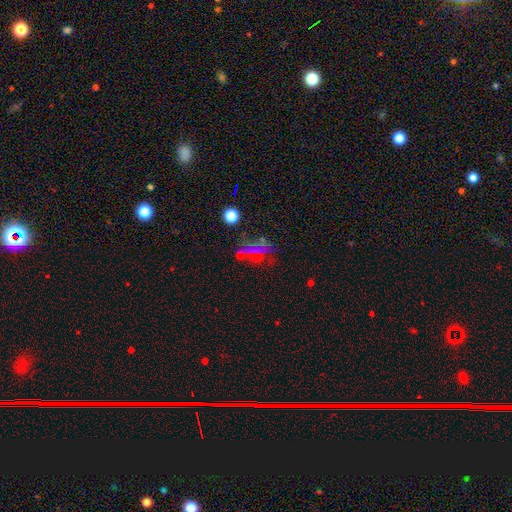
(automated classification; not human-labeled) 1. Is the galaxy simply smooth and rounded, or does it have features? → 46% star or artifact, 36% smooth, 18% featured or disk.